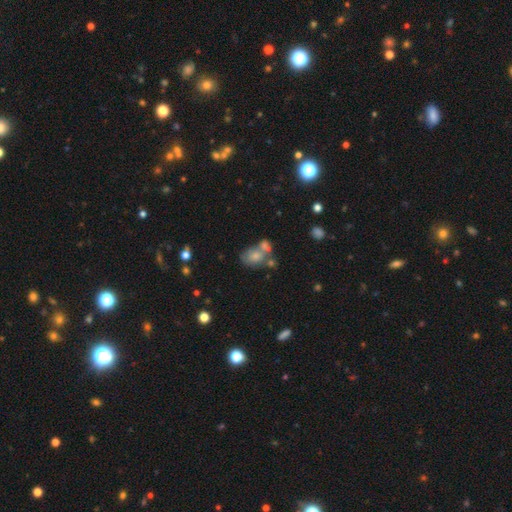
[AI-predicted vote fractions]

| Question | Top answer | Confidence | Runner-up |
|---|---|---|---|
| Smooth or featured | smooth | 63% | featured or disk (25%) |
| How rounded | in between | 67% | round (31%) |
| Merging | merger | 47% | none (29%) |